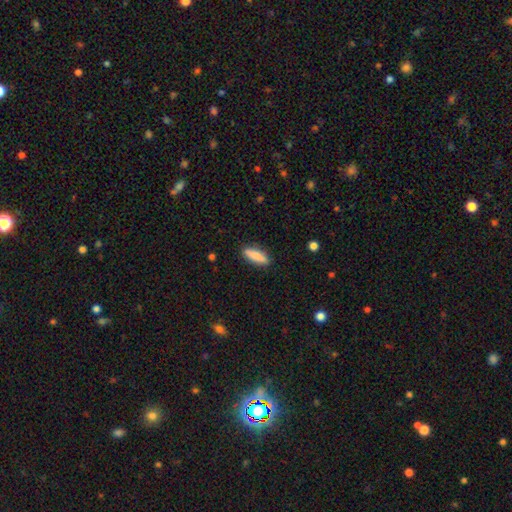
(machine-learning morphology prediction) Smooth or featured: smooth — 86% (featured or disk — 8%)
How rounded: cigar-shaped — 50% (in between — 48%)
Merging: none — 88% (minor disturbance — 9%)